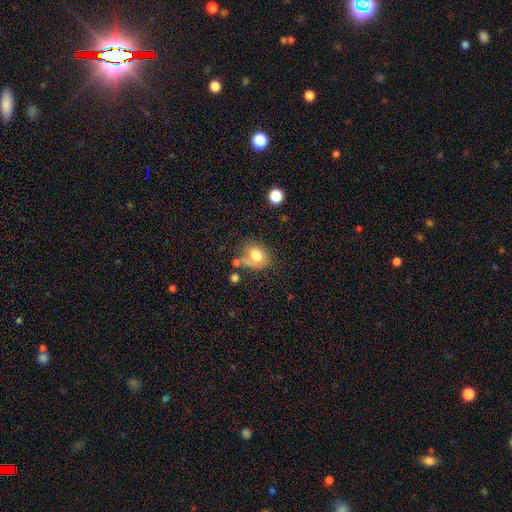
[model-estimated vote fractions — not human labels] smooth 74%, featured or disk 16%, star or artifact 10%. Down the decision tree: how rounded — in between (54%); merging — none (49%).